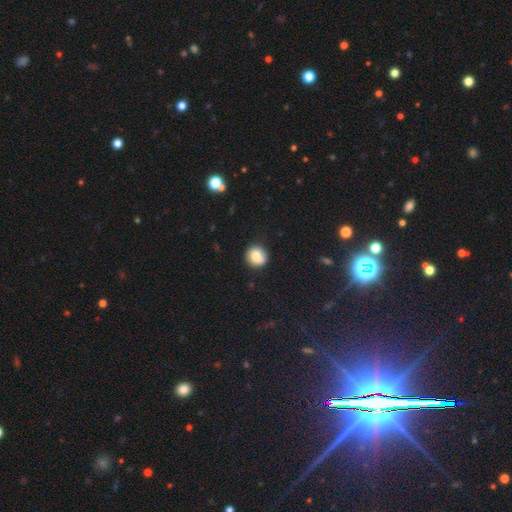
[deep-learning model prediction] Q: Smooth or featured?
A: smooth (79%); runner-up: featured or disk (12%)
Q: How rounded?
A: round (89%); runner-up: in between (10%)
Q: Merging?
A: none (80%); runner-up: minor disturbance (13%)